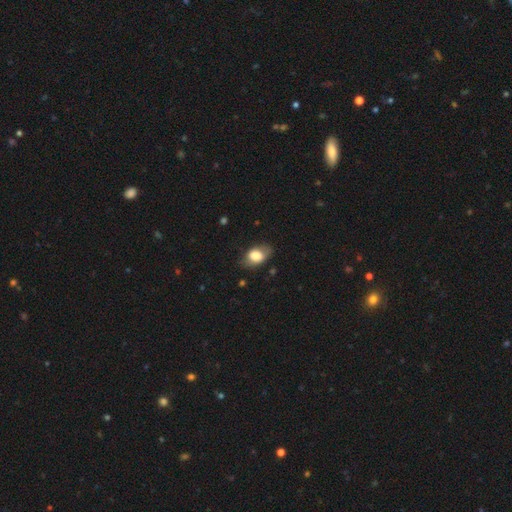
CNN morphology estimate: smooth-or-featured: smooth: 76% | featured or disk: 17% | star or artifact: 8%
  how-rounded: in between: 84% | round: 15% | cigar-shaped: 2%
  merging: none: 68% | minor disturbance: 23% | major disturbance: 8% | merger: 1%